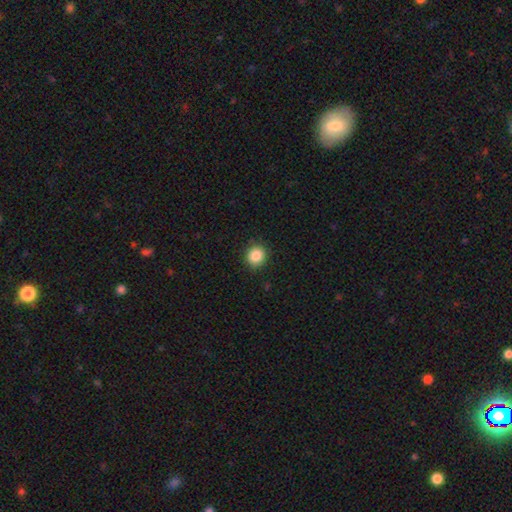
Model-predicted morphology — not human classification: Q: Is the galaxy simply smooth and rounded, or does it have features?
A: smooth — 86%.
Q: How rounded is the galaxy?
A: round — 83%.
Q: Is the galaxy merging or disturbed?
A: none — 89%.